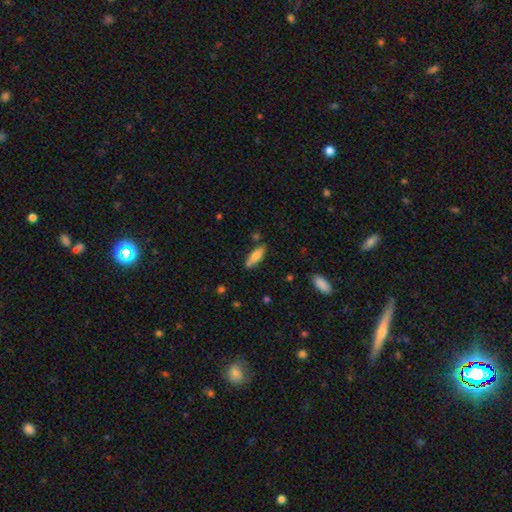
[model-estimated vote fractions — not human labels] This appears to be a smooth galaxy with no disk features (71%) that is in between round and cigar-shaped (60%). Merging: none (76%).